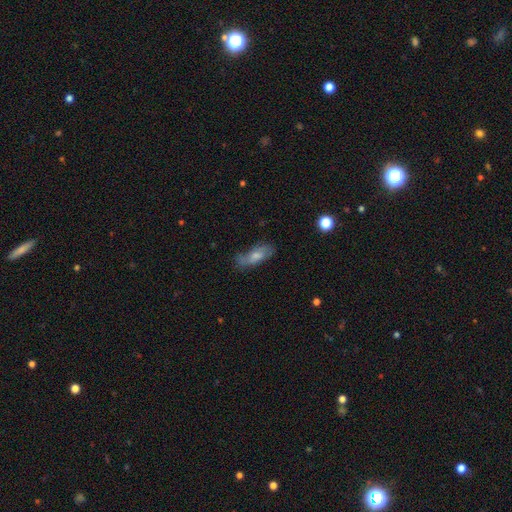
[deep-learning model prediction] This appears to be a smooth galaxy with no disk features (64%) that is in between round and cigar-shaped (72%). Merging: none (55%).